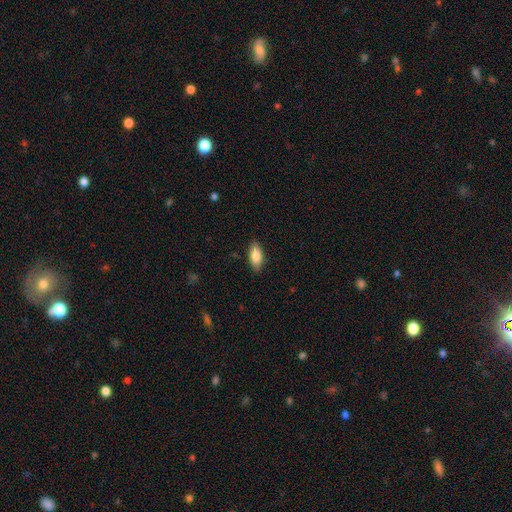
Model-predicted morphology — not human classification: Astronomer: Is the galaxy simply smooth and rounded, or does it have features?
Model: smooth — 85%.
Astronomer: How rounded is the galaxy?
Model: in between — 89%.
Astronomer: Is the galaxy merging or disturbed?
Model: none — 86%.